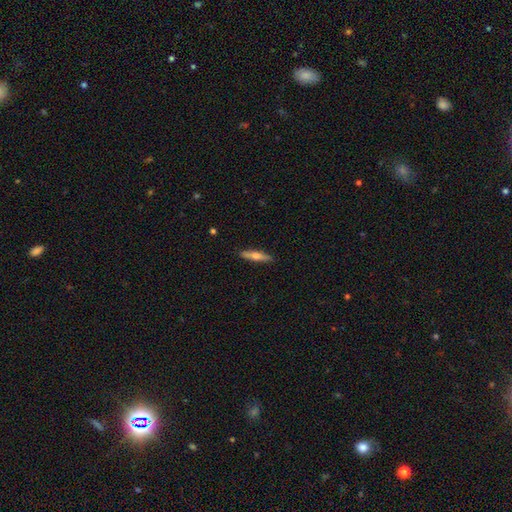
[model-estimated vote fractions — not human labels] smooth 49%, featured or disk 46%, star or artifact 6%. Down the decision tree: merging — none (90%).